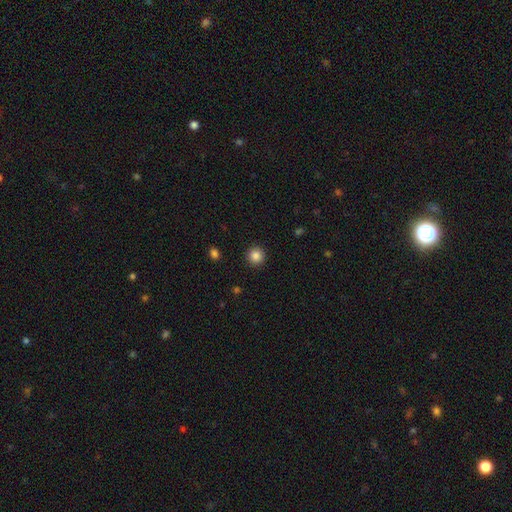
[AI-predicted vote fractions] smooth_or_featured: smooth (p=0.86) [alt: star or artifact p=0.10]
how_rounded: round (p=0.95) [alt: in between p=0.04]
merging: none (p=0.92) [alt: minor disturbance p=0.05]